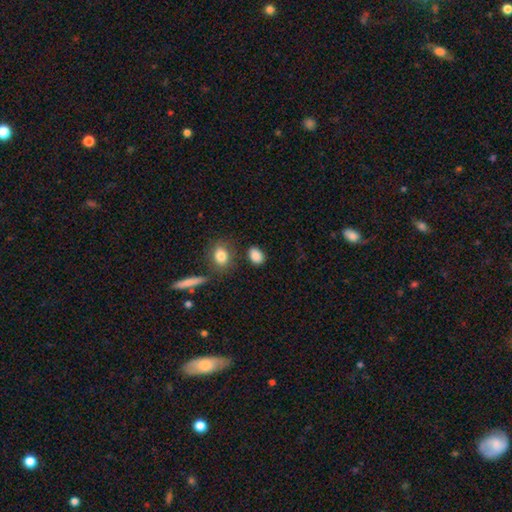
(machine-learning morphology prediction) smooth 87%, star or artifact 9%, featured or disk 4%. Down the decision tree: how rounded — in between (76%); merging — none (78%).